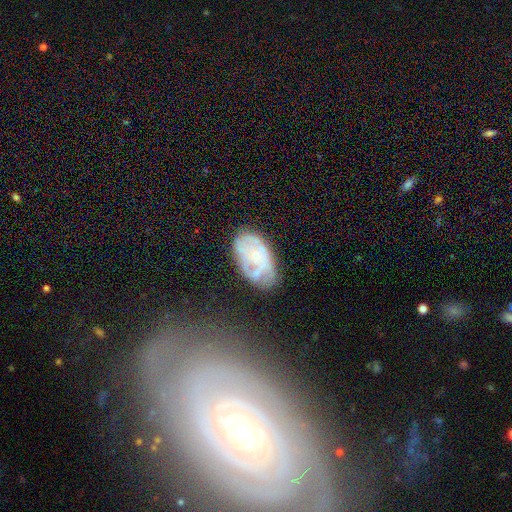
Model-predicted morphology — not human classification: smooth_or_featured: featured or disk (p=0.64) [alt: smooth p=0.28]
disk_edge_on: no (p=0.95) [alt: yes p=0.05]
bar: no (p=0.82) [alt: weak p=0.15]
has_spiral_arms: yes (p=0.60) [alt: no p=0.40]
bulge_size: small (p=0.76) [alt: moderate p=0.15]
merging: none (p=0.58) [alt: minor disturbance p=0.26]